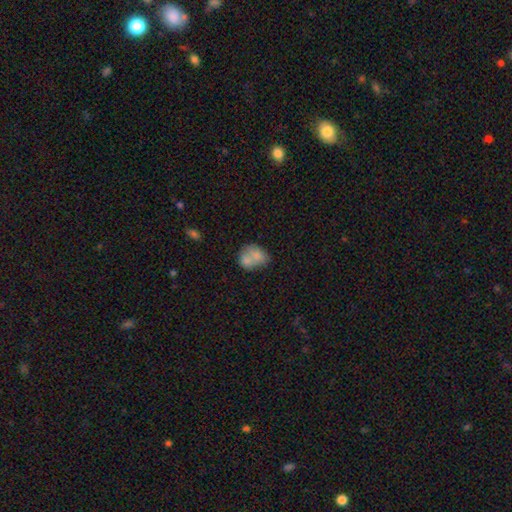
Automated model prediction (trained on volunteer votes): A smooth galaxy with no disk features (72%) that is in between round and cigar-shaped (51%).

Vote fractions:
- Smooth or featured? smooth: 72% / featured or disk: 20% / star or artifact: 8%
- How rounded? in between: 51% / round: 48% / cigar-shaped: 1%
- Merging? merger: 56% / none: 27% / minor disturbance: 11% / major disturbance: 6%